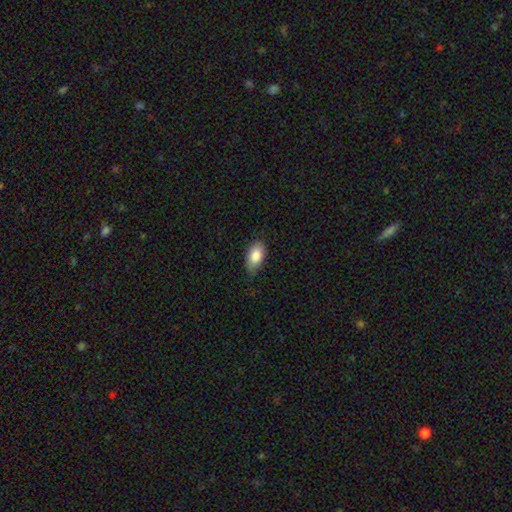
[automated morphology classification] Smooth or featured?
  - smooth: 85% *
  - featured or disk: 8%
  - star or artifact: 6%
How rounded?
  - in between: 92% *
  - round: 4%
  - cigar-shaped: 4%
Merging?
  - none: 71% *
  - minor disturbance: 24%
  - major disturbance: 4%
  - merger: 1%